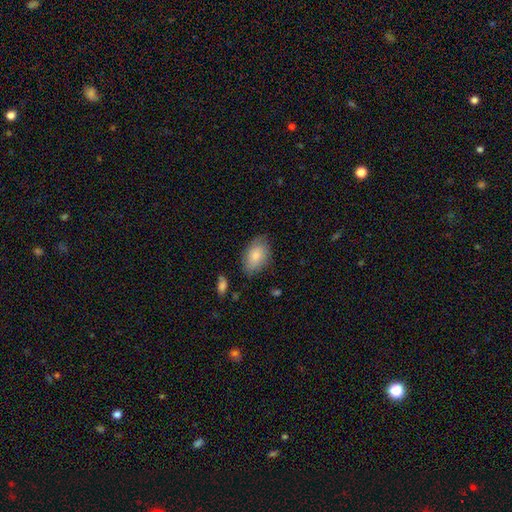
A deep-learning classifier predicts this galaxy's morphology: Smooth or featured? Predicted: smooth (p=0.84). How rounded? Predicted: in between (p=0.90). Merging? Predicted: none (p=0.77).